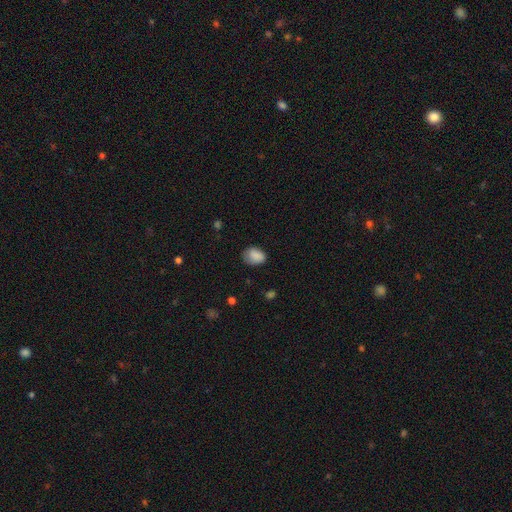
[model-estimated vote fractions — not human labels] This is clearly a smooth galaxy (85%). How rounded: likely in between (73%). Merging: likely none (62%).